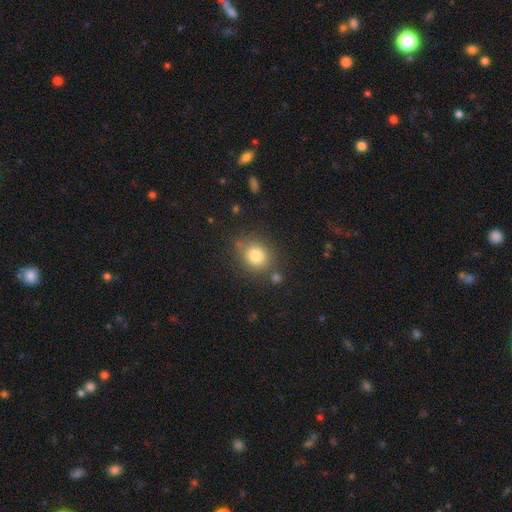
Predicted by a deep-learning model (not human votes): A smooth galaxy with no disk features (81%) that is round (74%). Merging: none (76%).